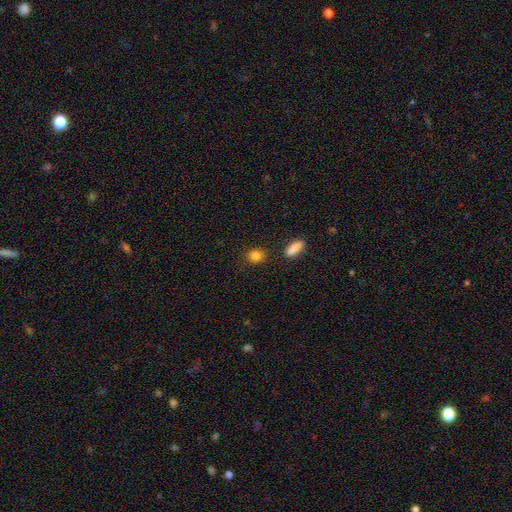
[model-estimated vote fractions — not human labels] A smooth galaxy with no disk features (86%) that is round (69%).

Vote fractions:
- Smooth or featured? smooth: 86% / star or artifact: 10% / featured or disk: 5%
- How rounded? round: 69% / in between: 29% / cigar-shaped: 2%
- Merging? none: 86% / minor disturbance: 8% / merger: 4% / major disturbance: 2%